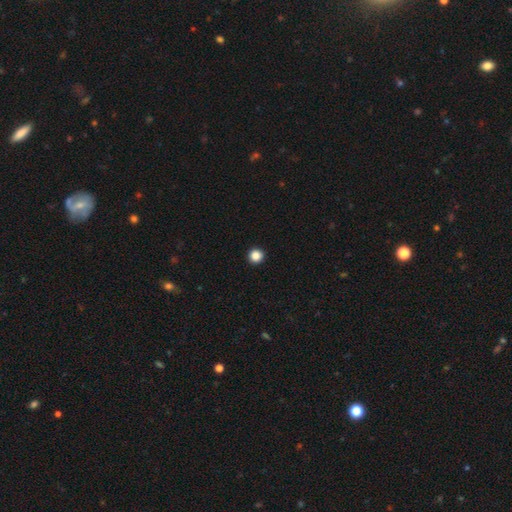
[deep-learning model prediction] Smooth or featured? smooth (86%)
How rounded? round (96%)
Merging? none (94%)